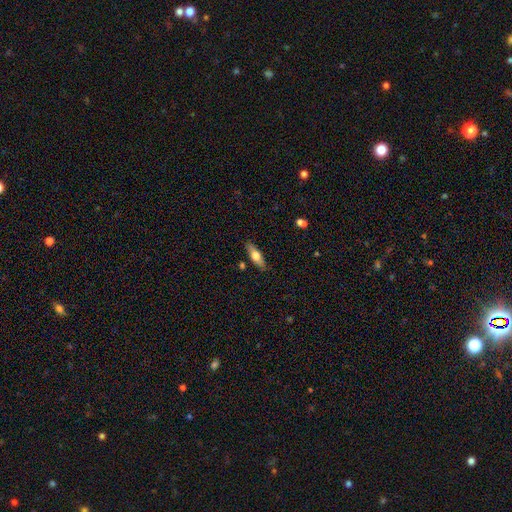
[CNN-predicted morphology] A smooth galaxy with no disk features (61%) that is in between round and cigar-shaped (55%).

Vote fractions:
- Smooth or featured? smooth: 61% / featured or disk: 33% / star or artifact: 6%
- How rounded? in between: 55% / cigar-shaped: 42% / round: 3%
- Merging? none: 84% / minor disturbance: 12% / major disturbance: 2% / merger: 2%